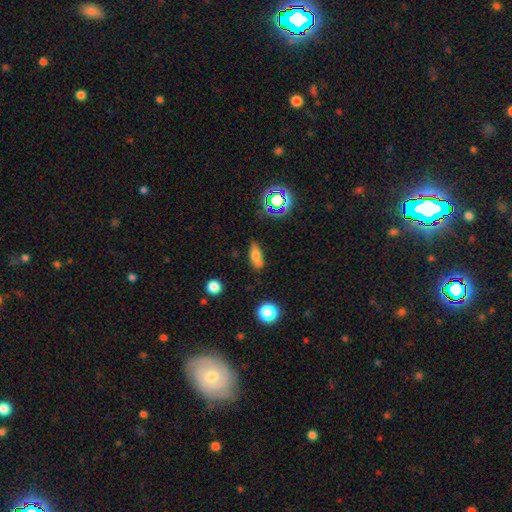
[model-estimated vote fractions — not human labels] Q: Smooth or featured?
A: smooth (66%); runner-up: featured or disk (21%)
Q: How rounded?
A: in between (66%); runner-up: cigar-shaped (28%)
Q: Merging?
A: none (70%); runner-up: minor disturbance (19%)